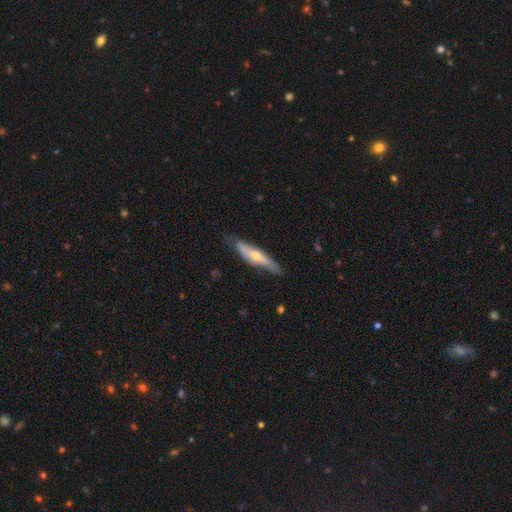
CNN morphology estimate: type=featured or disk (55%); edge-on=yes (76%); merging=none (68%).